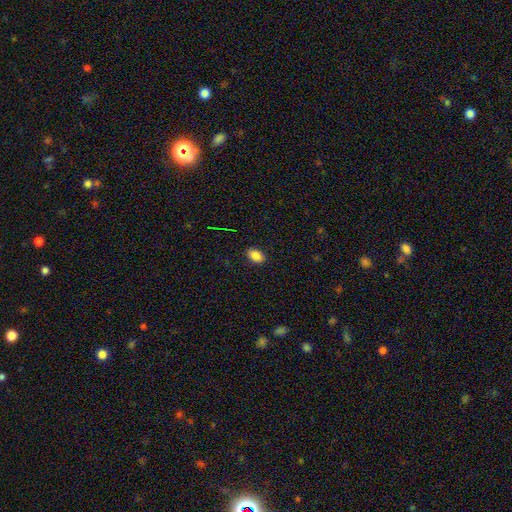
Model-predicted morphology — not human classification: Q: Smooth or featured?
A: smooth (86%); runner-up: star or artifact (9%)
Q: How rounded?
A: in between (88%); runner-up: round (11%)
Q: Merging?
A: none (88%); runner-up: minor disturbance (9%)